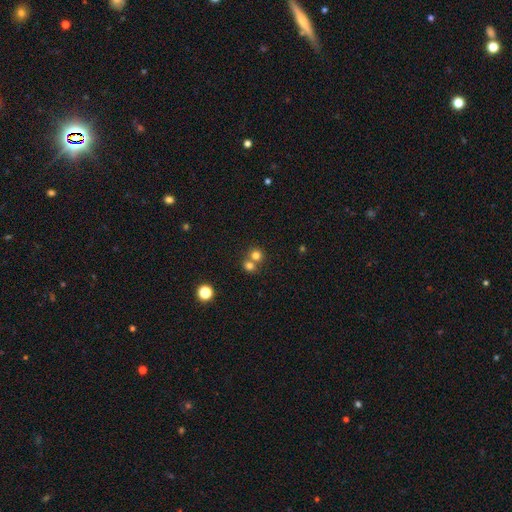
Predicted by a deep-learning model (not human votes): This appears to be a smooth galaxy with no disk features (76%) that is round (87%). Merging: merger (47%).